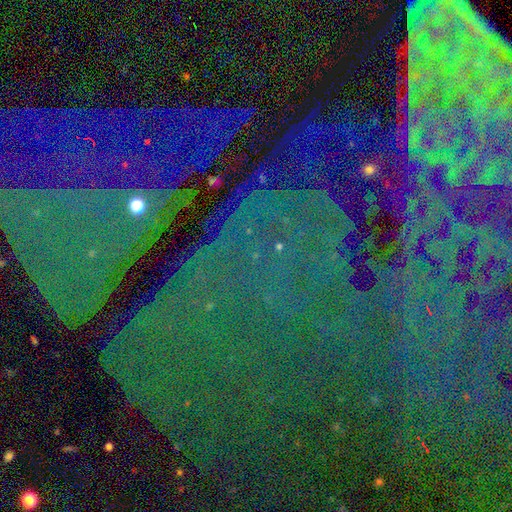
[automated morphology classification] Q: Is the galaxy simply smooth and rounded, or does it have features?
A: star or artifact — 85%.